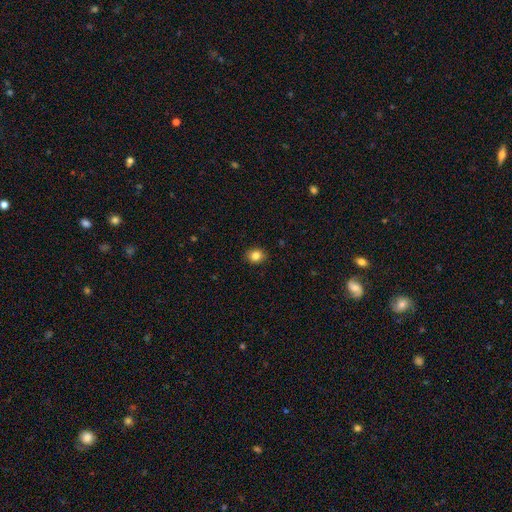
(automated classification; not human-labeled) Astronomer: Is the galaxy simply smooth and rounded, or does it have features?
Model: smooth — 84%.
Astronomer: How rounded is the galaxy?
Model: round — 66%.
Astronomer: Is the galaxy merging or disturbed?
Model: none — 90%.